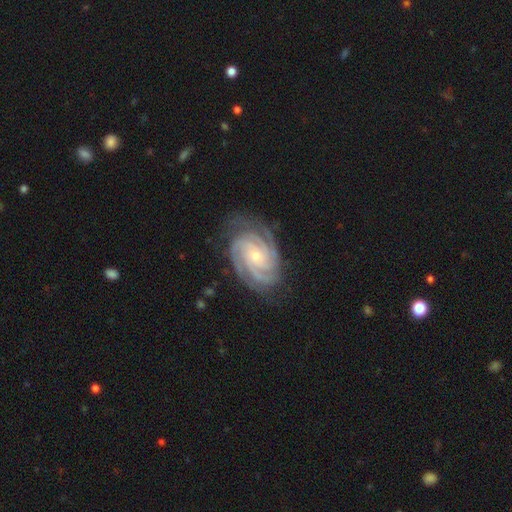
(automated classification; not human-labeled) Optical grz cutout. It shows a featured or disk galaxy (92%) with no bar (70%), 3 (33%) tight (76%) spiral arms (99%) and a small central bulge (72%). Merging: none (78%).